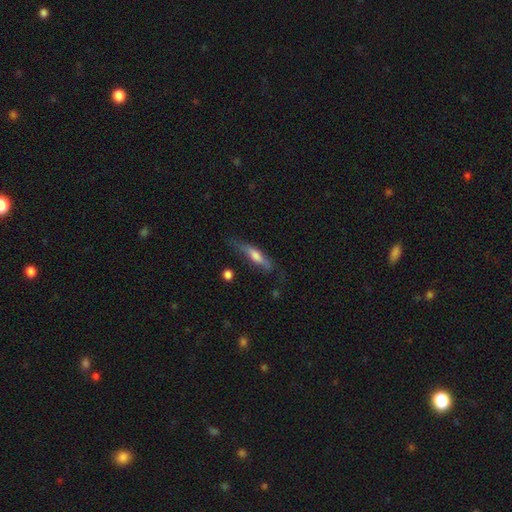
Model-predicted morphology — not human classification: A smooth galaxy with no disk features (58%) that is cigar-shaped (73%).

Vote fractions:
- Smooth or featured? smooth: 58% / featured or disk: 35% / star or artifact: 7%
- How rounded? cigar-shaped: 73% / in between: 24% / round: 2%
- Merging? none: 59% / minor disturbance: 27% / major disturbance: 11% / merger: 3%